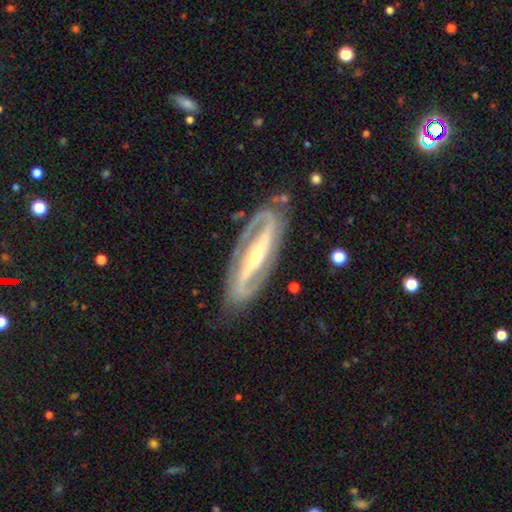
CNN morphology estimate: Smooth or featured? Predicted: featured or disk (p=0.91). Edge-on disk? Predicted: no (p=0.90). Bar? Predicted: strong (p=0.65). Spiral arms? Predicted: yes (p=0.95). Spiral winding? Predicted: medium (p=0.44). Spiral arm count? Predicted: 2 (p=0.92). Bulge size? Predicted: moderate (p=0.50). Merging? Predicted: none (p=0.81).